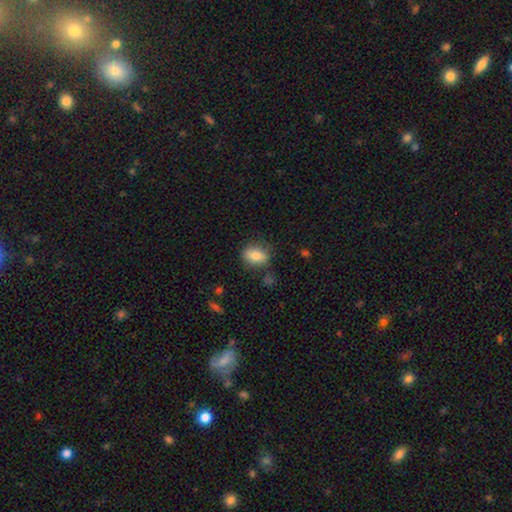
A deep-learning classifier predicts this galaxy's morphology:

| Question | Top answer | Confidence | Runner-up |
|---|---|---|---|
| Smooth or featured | smooth | 77% | featured or disk (14%) |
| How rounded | in between | 69% | round (28%) |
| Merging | none | 73% | minor disturbance (18%) |